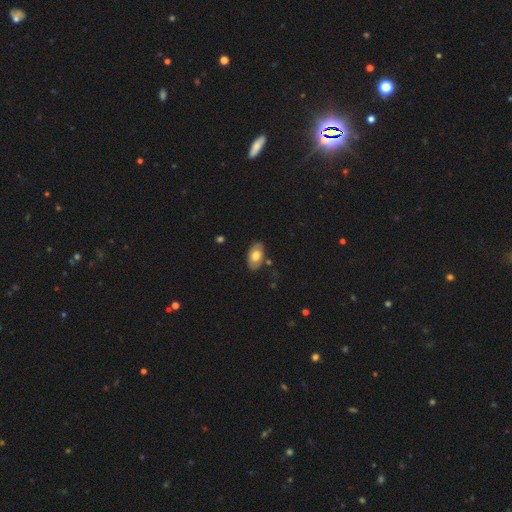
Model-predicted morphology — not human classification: Smooth or featured?
  - smooth: 63% *
  - featured or disk: 31%
  - star or artifact: 6%
How rounded?
  - in between: 93% *
  - round: 6%
  - cigar-shaped: 2%
Merging?
  - none: 80% *
  - minor disturbance: 14%
  - merger: 3%
  - major disturbance: 3%